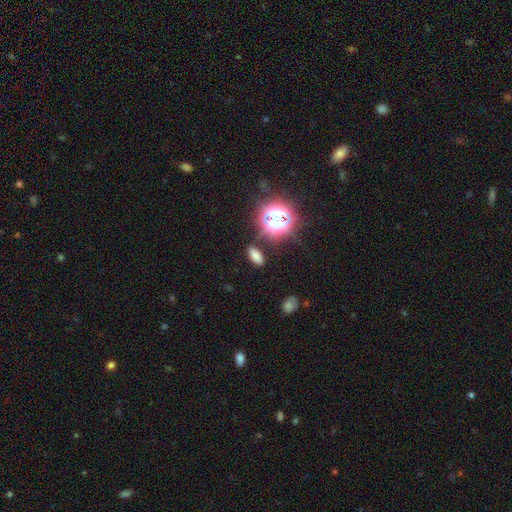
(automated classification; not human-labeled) This is likely a smooth galaxy (67%). How rounded: clearly in between (81%). Merging: clearly none (82%).